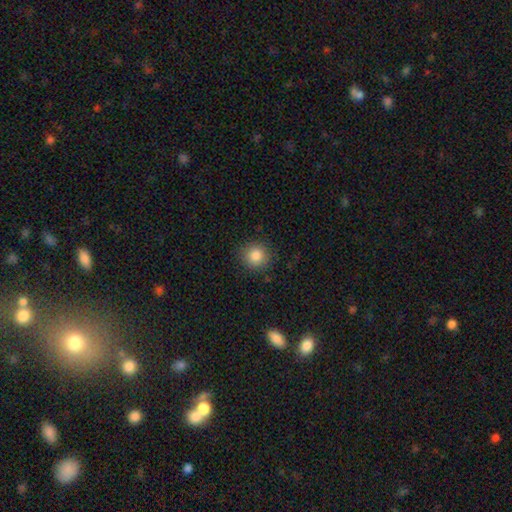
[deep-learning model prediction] Smooth or featured: smooth — 85% (star or artifact — 10%)
How rounded: round — 92% (in between — 7%)
Merging: none — 89% (minor disturbance — 7%)